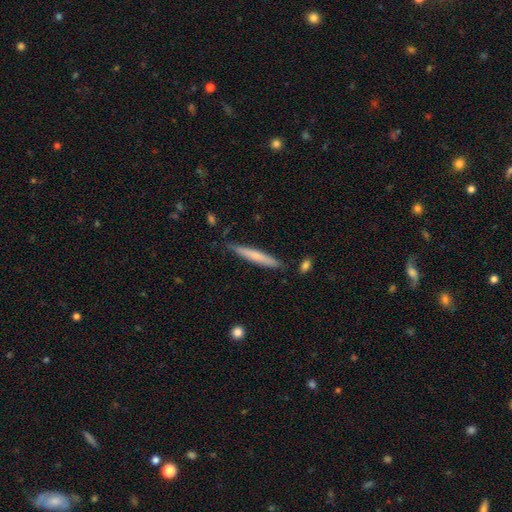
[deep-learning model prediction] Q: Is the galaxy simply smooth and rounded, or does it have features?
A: smooth — 61%.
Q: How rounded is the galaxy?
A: cigar-shaped — 95%.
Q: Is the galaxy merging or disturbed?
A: none — 83%.